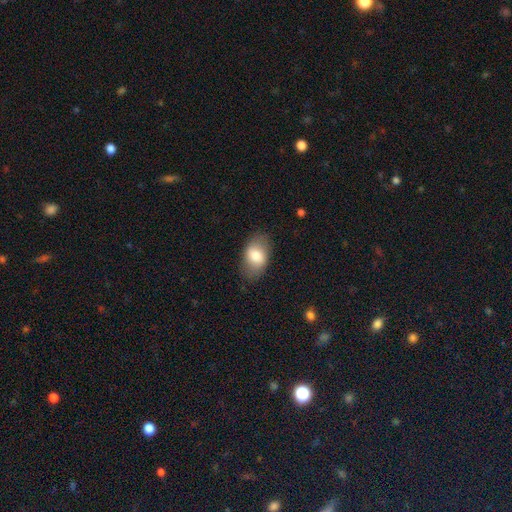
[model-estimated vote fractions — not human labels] Q: Smooth or featured?
A: smooth (75%); runner-up: featured or disk (18%)
Q: How rounded?
A: in between (89%); runner-up: round (9%)
Q: Merging?
A: none (81%); runner-up: minor disturbance (14%)